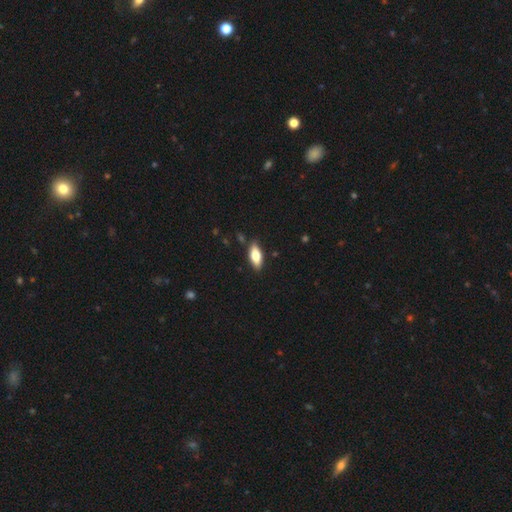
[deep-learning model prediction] A smooth galaxy with no disk features (68%) that is in between round and cigar-shaped (76%). Merging: none (83%).